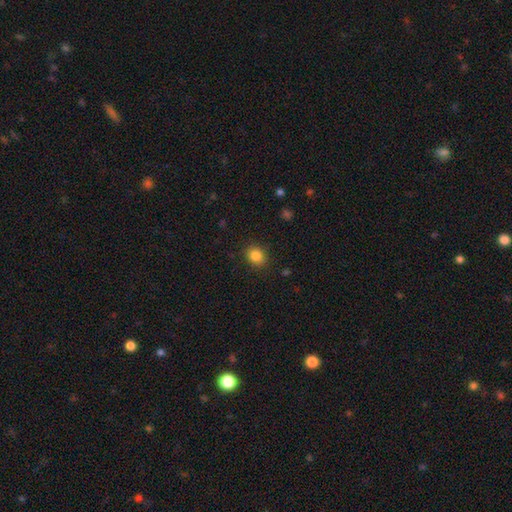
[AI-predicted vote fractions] A smooth galaxy with no disk features (85%) that is round (66%). Merging: none (88%).